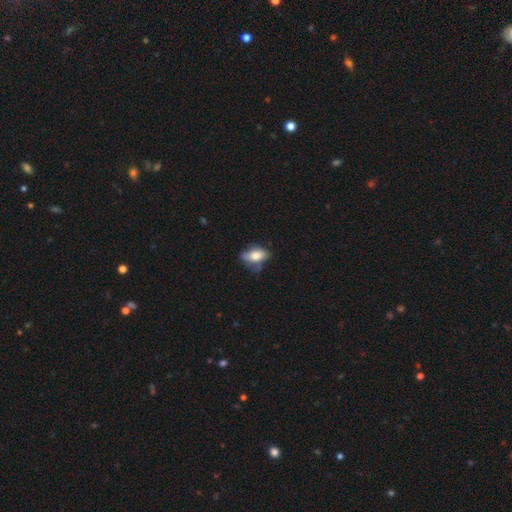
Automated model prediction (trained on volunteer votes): Smooth or featured? smooth (68%)
How rounded? in between (83%)
Merging? none (41%)